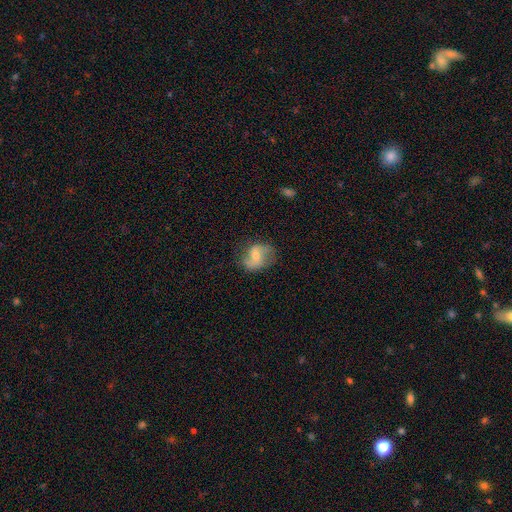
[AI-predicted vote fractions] featured or disk 56%, smooth 36%, star or artifact 8%. Down the decision tree: edge-on disk — no (97%); bar — weak (43%, tied with no); spiral arms — yes (86%); bulge size — small (48%); merging — none (67%).